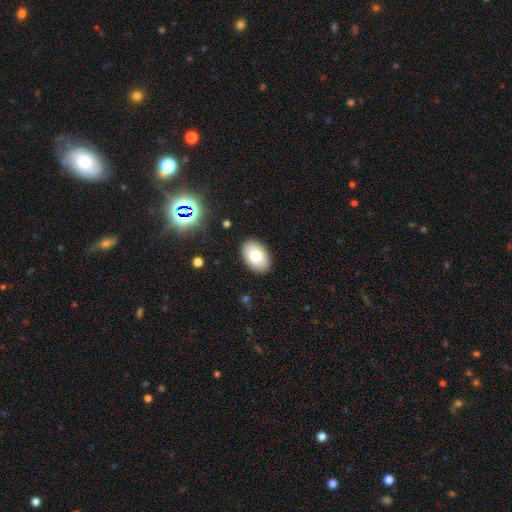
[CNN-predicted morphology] This appears to be a smooth galaxy with no disk features (75%) that is in between round and cigar-shaped (89%). Merging: none (88%).